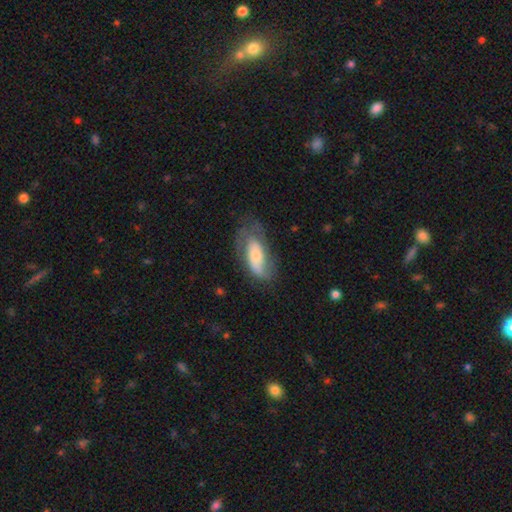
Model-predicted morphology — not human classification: A featured or disk galaxy (55%).

Vote fractions:
- Smooth or featured? featured or disk: 55% / smooth: 39% / star or artifact: 7%
- Edge-on disk? no: 90% / yes: 10%
- Merging? none: 54% / minor disturbance: 26% / major disturbance: 18% / merger: 2%